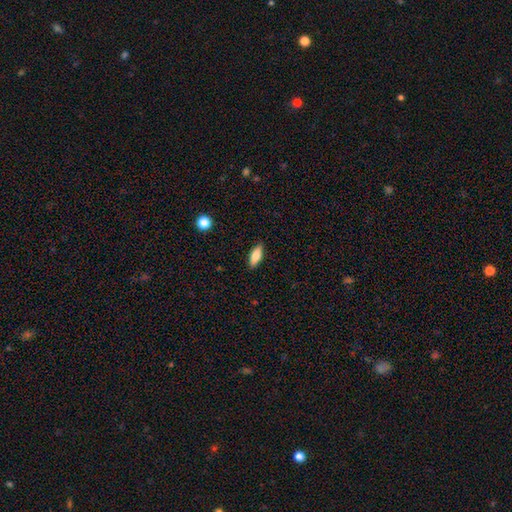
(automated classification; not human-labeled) smooth-or-featured: smooth: 83% | featured or disk: 11% | star or artifact: 7%
  how-rounded: in between: 71% | cigar-shaped: 27% | round: 2%
  merging: none: 87% | minor disturbance: 10% | major disturbance: 2% | merger: 1%